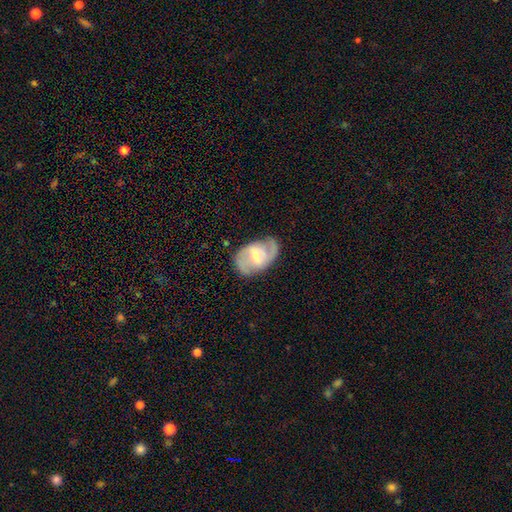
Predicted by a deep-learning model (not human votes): Smooth or featured? Predicted: featured or disk (p=0.78). Edge-on disk? Predicted: no (p=0.96). Bar? Predicted: weak (p=0.55). Spiral arms? Predicted: yes (p=0.91). Spiral winding? Predicted: medium (p=0.52). Spiral arm count? Predicted: 2 (p=0.85). Bulge size? Predicted: small (p=0.48). Merging? Predicted: none (p=0.76).